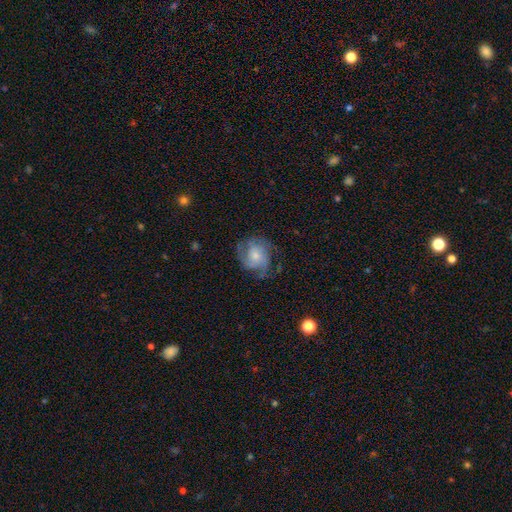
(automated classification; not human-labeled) A featured or disk galaxy (61%) with no bar (79%), tight (42%) spiral arms (86%) and a small central bulge (46%).

Vote fractions:
- Smooth or featured? featured or disk: 61% / smooth: 32% / star or artifact: 8%
- Edge-on disk? no: 98% / yes: 2%
- Bar? no: 79% / weak: 19% / strong: 3%
- Spiral arms? yes: 86% / no: 14%
- Spiral winding? tight: 42% / medium: 41% / loose: 17%
- Spiral arm count? can't tell: 31% / 3: 27% / 2: 23% / 4: 8% / 1: 6% / more than 4: 5%
- Bulge size? small: 46% / moderate: 43% / large: 6% / none: 4% / dominant: 1%
- Merging? none: 59% / minor disturbance: 24% / major disturbance: 15% / merger: 1%